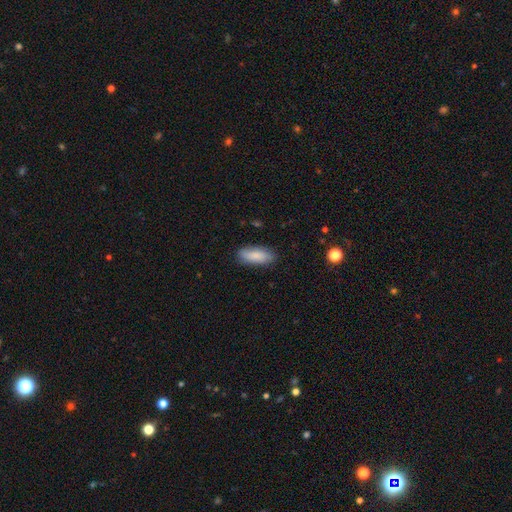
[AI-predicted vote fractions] The model was most divided on "how rounded": in between: 76%, cigar-shaped: 22%, round: 2%. More confident: smooth or featured — smooth (86%); merging — none (85%).